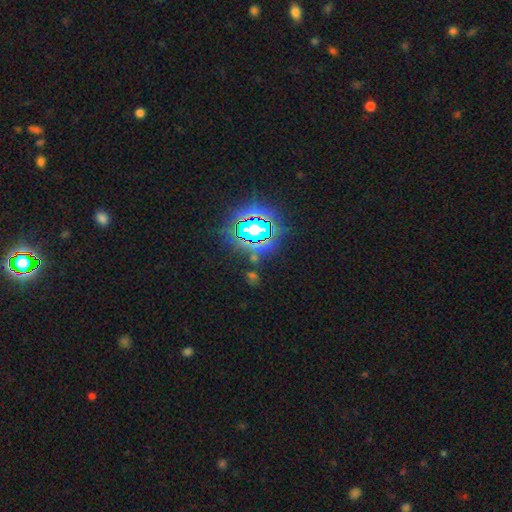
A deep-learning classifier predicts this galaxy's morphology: Smooth or featured? Predicted: star or artifact (p=0.74).